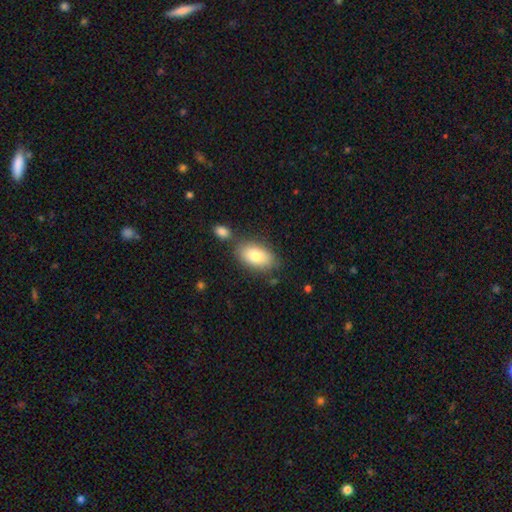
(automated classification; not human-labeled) smooth 80%, featured or disk 13%, star or artifact 7%. Down the decision tree: how rounded — in between (92%); merging — none (72%).